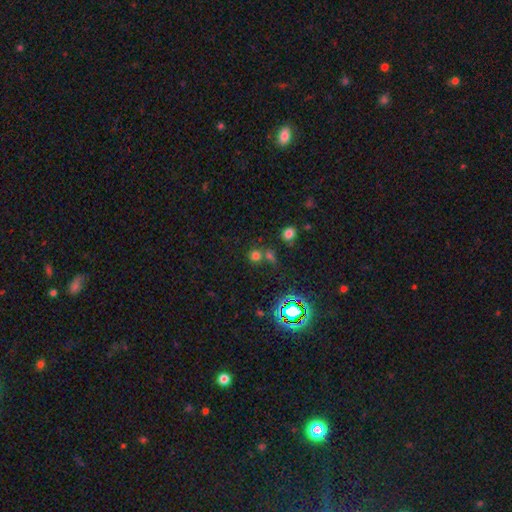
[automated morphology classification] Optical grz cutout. It shows a smooth galaxy with no disk features (61%) that is round (87%). Merging: none (64%).